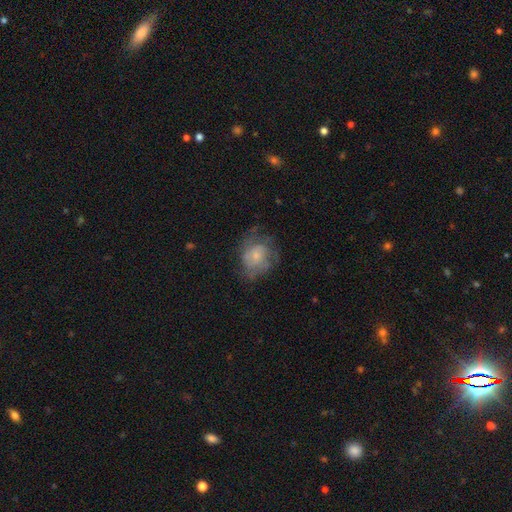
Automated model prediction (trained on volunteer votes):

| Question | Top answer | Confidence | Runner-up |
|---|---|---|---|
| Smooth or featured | featured or disk | 46% | smooth (45%) |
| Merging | none | 51% | minor disturbance (26%) |